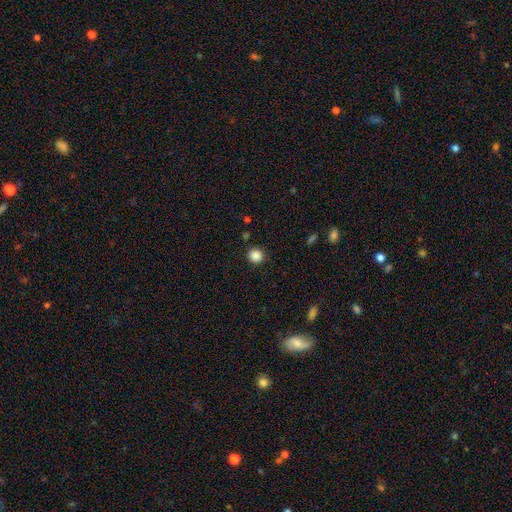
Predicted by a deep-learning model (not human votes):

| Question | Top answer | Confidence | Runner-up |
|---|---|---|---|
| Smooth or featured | smooth | 86% | star or artifact (11%) |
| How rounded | round | 93% | in between (7%) |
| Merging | none | 90% | minor disturbance (6%) |